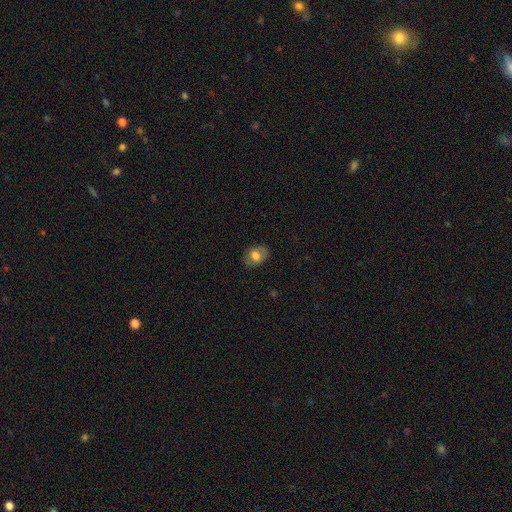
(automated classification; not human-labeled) smooth-or-featured: smooth: 67% | featured or disk: 25% | star or artifact: 8%
  how-rounded: in between: 62% | round: 37% | cigar-shaped: 1%
  merging: none: 79% | minor disturbance: 16% | major disturbance: 4% | merger: 1%